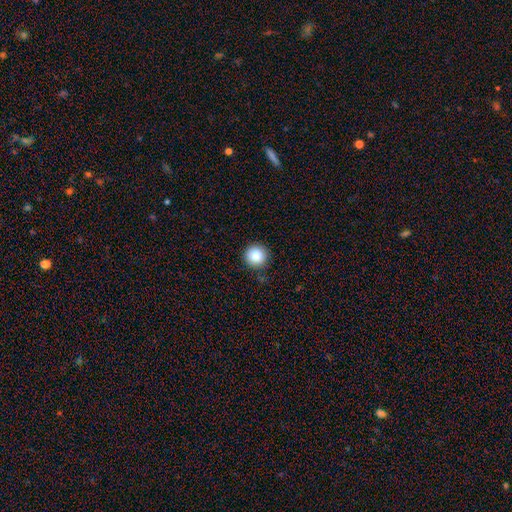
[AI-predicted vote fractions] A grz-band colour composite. It shows a smooth galaxy with no disk features (84%) that is round (96%). Merging: none (91%).